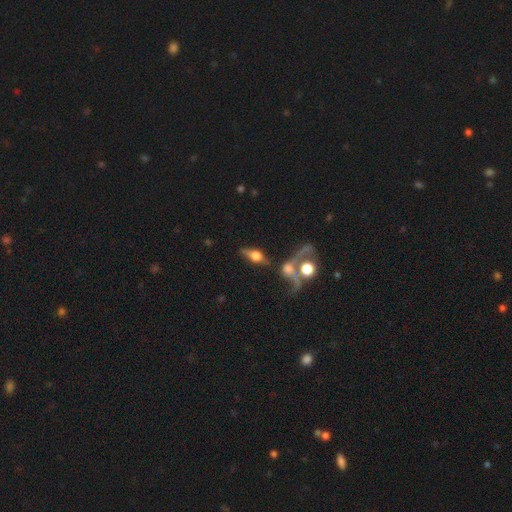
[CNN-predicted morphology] featured or disk 64%, smooth 26%, star or artifact 9%. Down the decision tree: edge-on disk — yes (81%); edge-on bulge — rounded (94%); merging — none (53%).